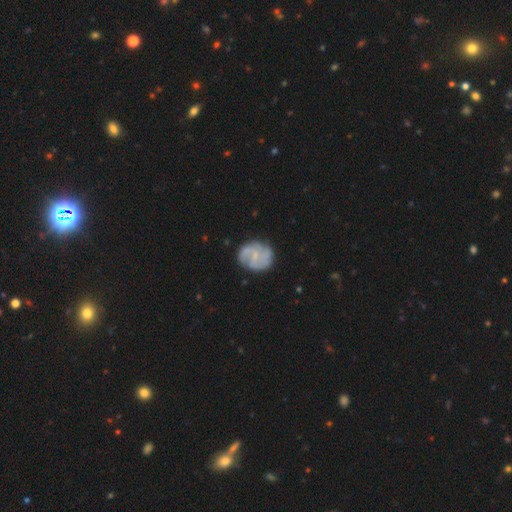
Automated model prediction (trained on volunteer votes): Smooth or featured? Predicted: featured or disk (p=0.68). Edge-on disk? Predicted: no (p=0.98). Bar? Predicted: no (p=0.55). Spiral arms? Predicted: yes (p=0.86). Spiral winding? Predicted: medium (p=0.45). Spiral arm count? Predicted: 2 (p=0.41). Bulge size? Predicted: small (p=0.63). Merging? Predicted: none (p=0.73).